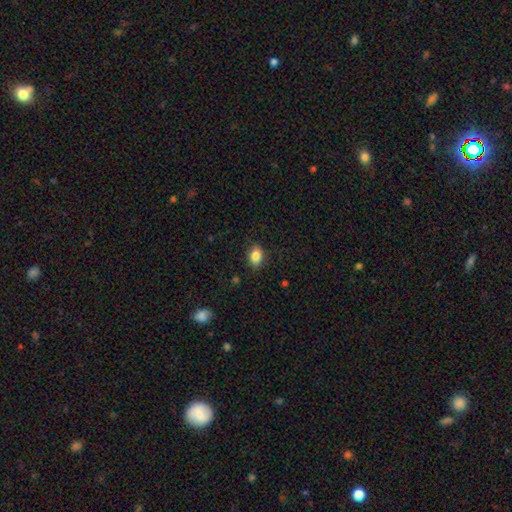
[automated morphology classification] smooth 85%, star or artifact 8%, featured or disk 7%. Down the decision tree: how rounded — in between (83%); merging — none (85%).